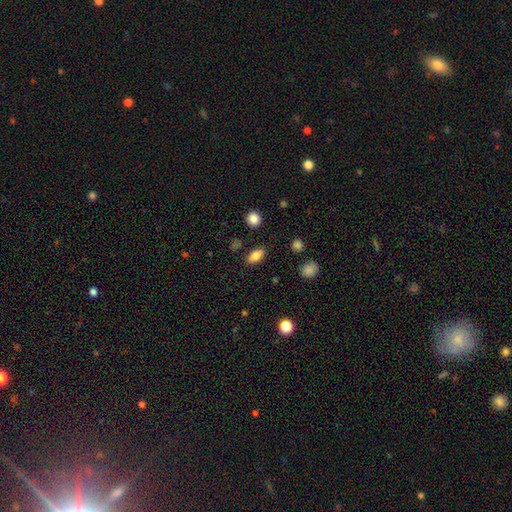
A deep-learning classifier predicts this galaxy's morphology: Smooth or featured: smooth — 83% (star or artifact — 9%)
How rounded: in between — 87% (round — 7%)
Merging: none — 86% (minor disturbance — 9%)